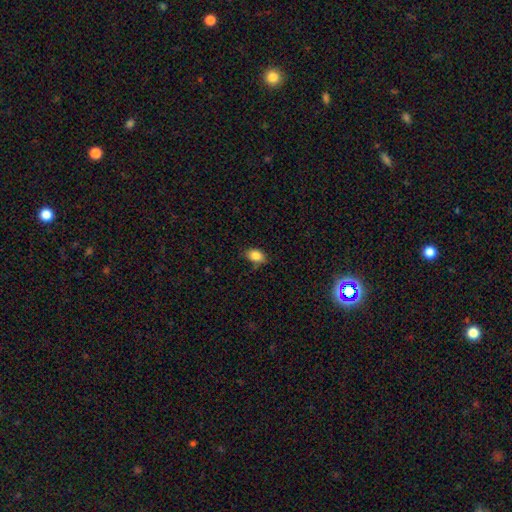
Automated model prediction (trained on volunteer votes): A smooth galaxy with no disk features (85%) that is in between round and cigar-shaped (80%).

Vote fractions:
- Smooth or featured? smooth: 85% / star or artifact: 9% / featured or disk: 6%
- How rounded? in between: 80% / round: 18% / cigar-shaped: 2%
- Merging? none: 74% / minor disturbance: 20% / major disturbance: 4% / merger: 2%